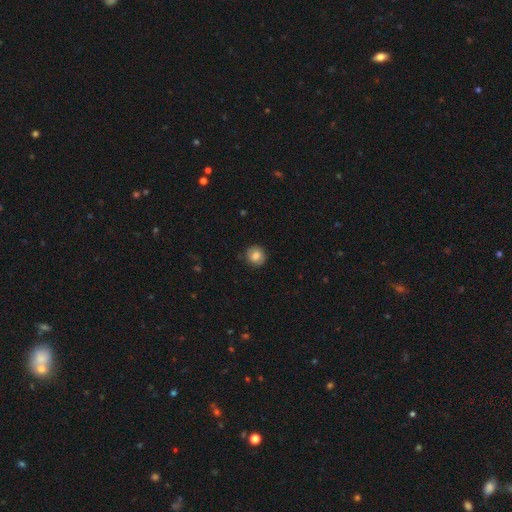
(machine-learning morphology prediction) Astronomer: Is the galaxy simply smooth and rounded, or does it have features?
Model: smooth — 79%.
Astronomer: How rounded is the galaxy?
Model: round — 90%.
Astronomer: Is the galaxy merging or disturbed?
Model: none — 87%.